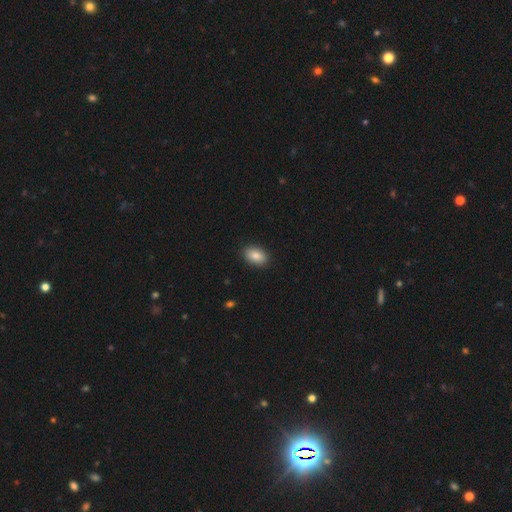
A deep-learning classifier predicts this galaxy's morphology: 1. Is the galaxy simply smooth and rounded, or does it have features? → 86% smooth, 7% star or artifact, 7% featured or disk.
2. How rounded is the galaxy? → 89% in between, 10% round, 1% cigar-shaped.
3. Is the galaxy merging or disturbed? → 89% none, 8% minor disturbance, 2% major disturbance, 1% merger.